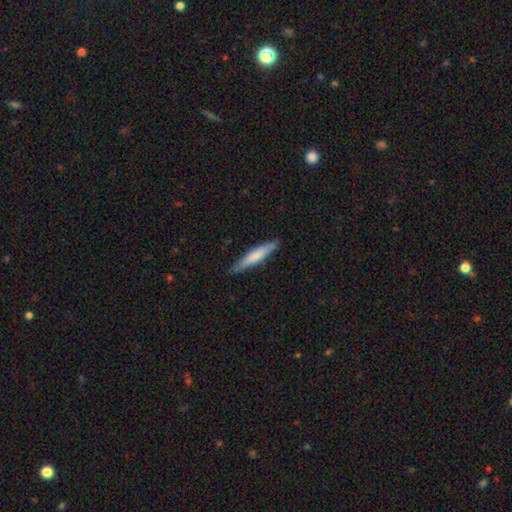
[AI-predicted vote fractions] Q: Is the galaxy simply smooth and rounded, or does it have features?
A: smooth — 70%.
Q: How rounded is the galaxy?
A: cigar-shaped — 90%.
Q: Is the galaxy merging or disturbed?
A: none — 87%.